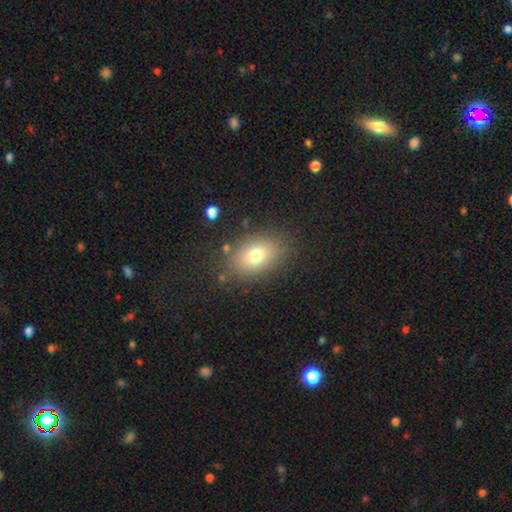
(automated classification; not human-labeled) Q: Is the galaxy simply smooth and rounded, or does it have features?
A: smooth — 73%.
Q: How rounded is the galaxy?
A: in between — 81%.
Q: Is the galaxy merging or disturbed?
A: none — 83%.